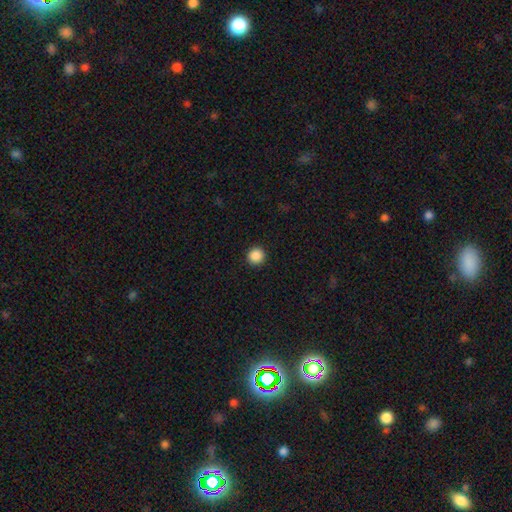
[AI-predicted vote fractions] smooth_or_featured: smooth (p=0.88) [alt: star or artifact p=0.10]
how_rounded: round (p=0.96) [alt: in between p=0.03]
merging: none (p=0.94) [alt: minor disturbance p=0.04]